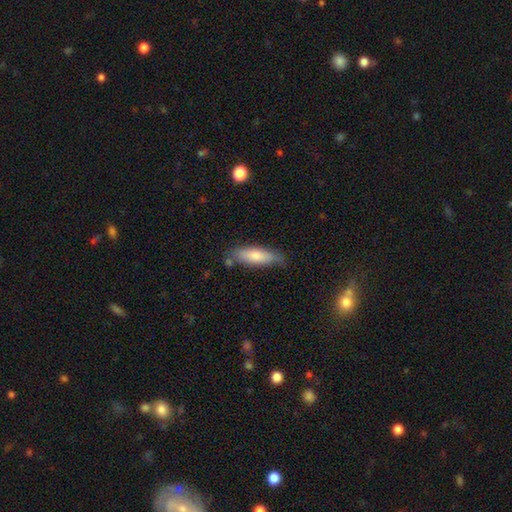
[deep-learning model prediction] A smooth galaxy with no disk features (76%) that is cigar-shaped (54%).

Vote fractions:
- Smooth or featured? smooth: 76% / featured or disk: 18% / star or artifact: 6%
- How rounded? cigar-shaped: 54% / in between: 44% / round: 2%
- Merging? none: 72% / minor disturbance: 19% / merger: 5% / major disturbance: 4%